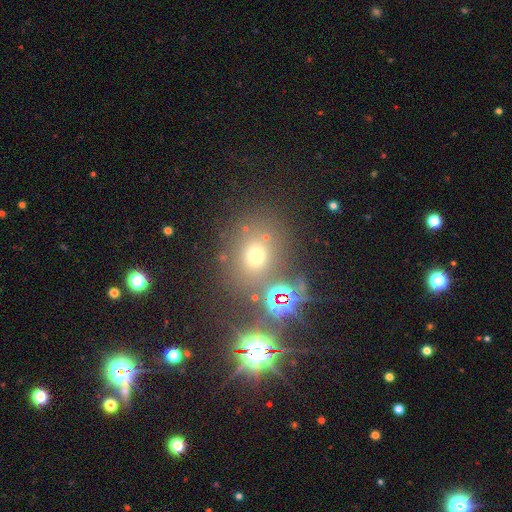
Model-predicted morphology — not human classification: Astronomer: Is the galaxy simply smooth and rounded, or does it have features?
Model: smooth — 58%.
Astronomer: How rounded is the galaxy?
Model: round — 68%.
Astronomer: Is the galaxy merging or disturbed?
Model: none — 73%.